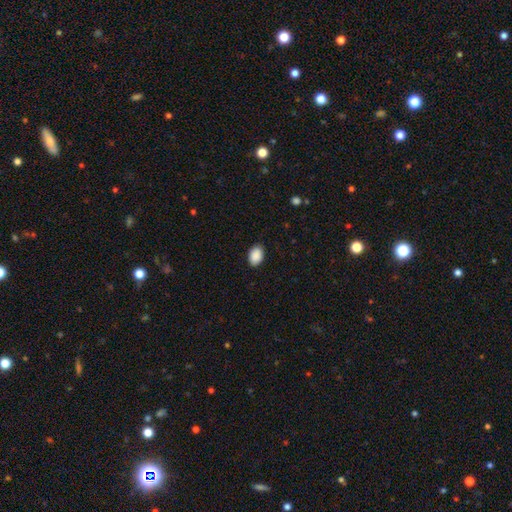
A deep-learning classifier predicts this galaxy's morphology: Q: Smooth or featured?
A: smooth (91%); runner-up: star or artifact (7%)
Q: How rounded?
A: in between (86%); runner-up: round (13%)
Q: Merging?
A: none (88%); runner-up: minor disturbance (9%)